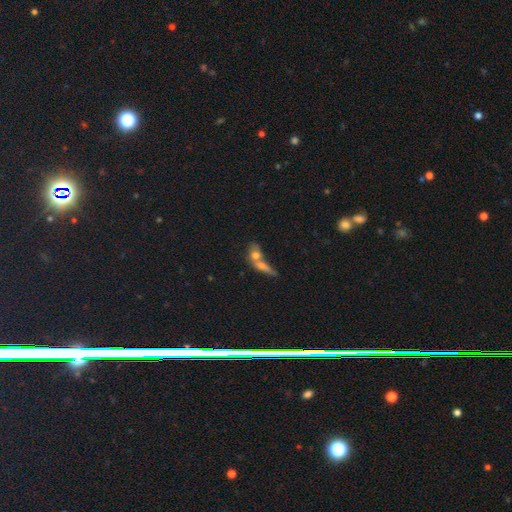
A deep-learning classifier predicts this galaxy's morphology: This is likely a smooth galaxy (65%). How rounded: possibly in between (47%). Merging: likely merger (62%).